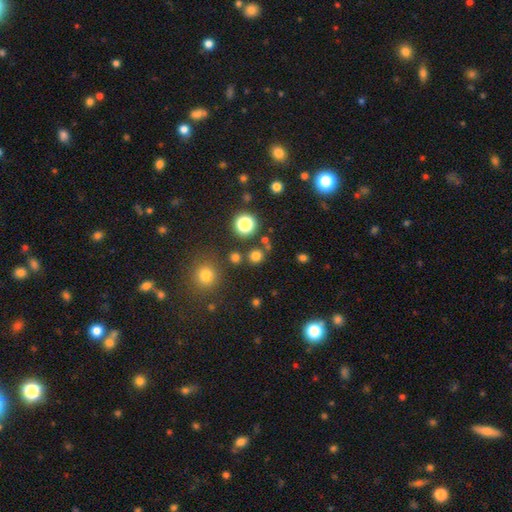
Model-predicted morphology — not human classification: This is likely a smooth galaxy (73%). How rounded: clearly round (89%). Merging: likely none (80%).